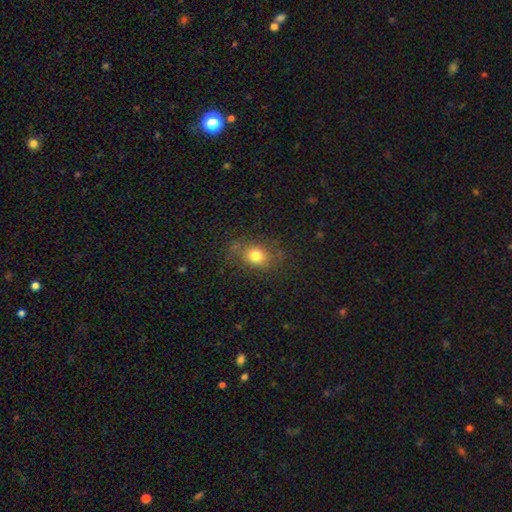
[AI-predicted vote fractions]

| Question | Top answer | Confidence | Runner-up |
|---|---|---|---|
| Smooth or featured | smooth | 76% | star or artifact (13%) |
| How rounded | in between | 58% | round (41%) |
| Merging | none | 72% | minor disturbance (18%) |